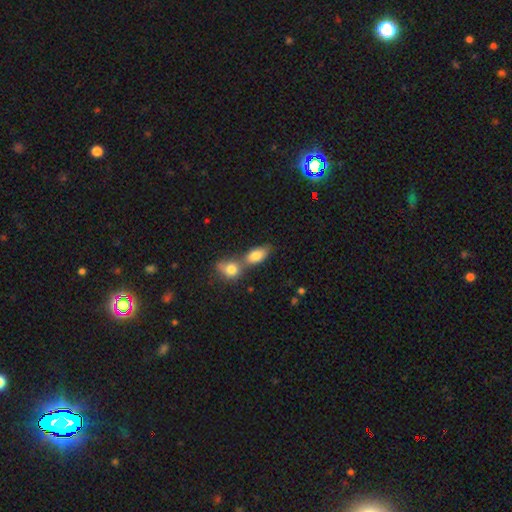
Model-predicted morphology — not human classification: smooth-or-featured: smooth: 81% | featured or disk: 10% | star or artifact: 8%
  how-rounded: in between: 84% | round: 11% | cigar-shaped: 5%
  merging: merger: 54% | none: 34% | minor disturbance: 9% | major disturbance: 4%